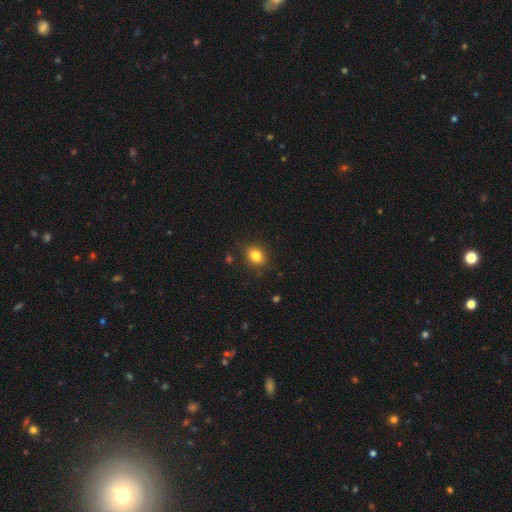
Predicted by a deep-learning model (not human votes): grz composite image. It shows a smooth galaxy with no disk features (83%) that is round (62%). Merging: none (85%).